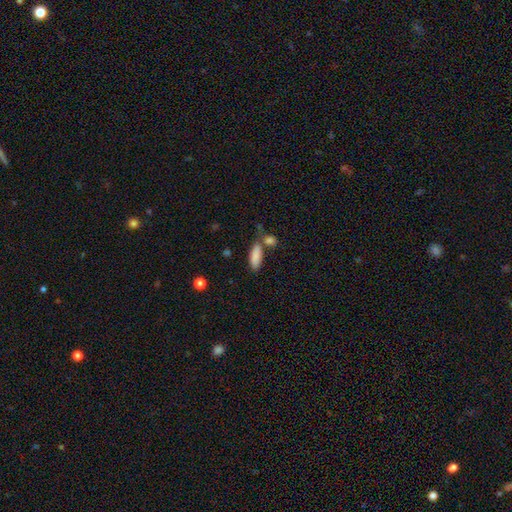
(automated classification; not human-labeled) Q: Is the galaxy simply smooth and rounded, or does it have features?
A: smooth — 87%.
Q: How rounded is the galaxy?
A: in between — 70%.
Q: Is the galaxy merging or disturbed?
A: none — 59%.